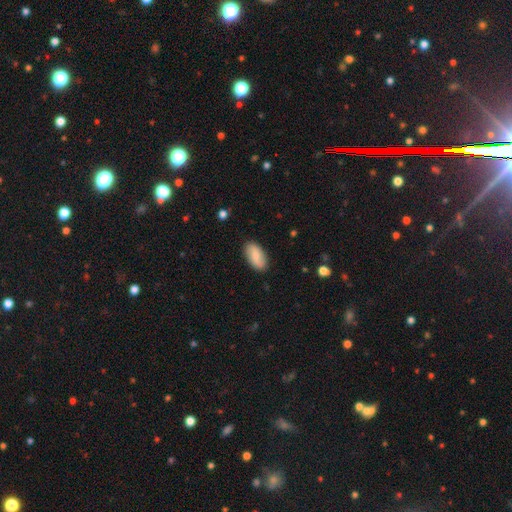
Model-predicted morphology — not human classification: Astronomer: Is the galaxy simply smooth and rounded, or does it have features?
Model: smooth — 75%.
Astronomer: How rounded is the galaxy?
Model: in between — 92%.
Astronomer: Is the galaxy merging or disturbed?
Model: none — 86%.